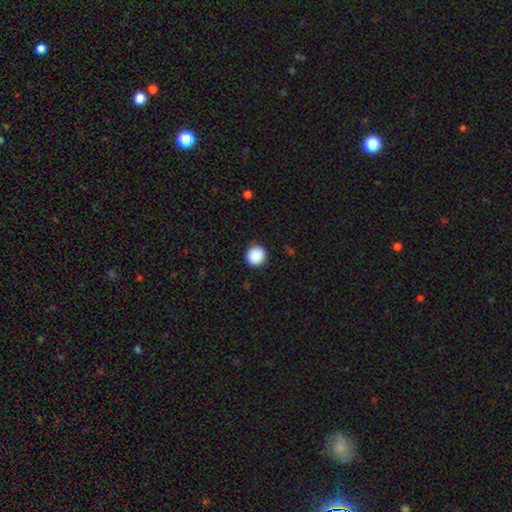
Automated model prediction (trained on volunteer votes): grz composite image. It shows a smooth galaxy with no disk features (89%) that is round (95%). Merging: none (91%).